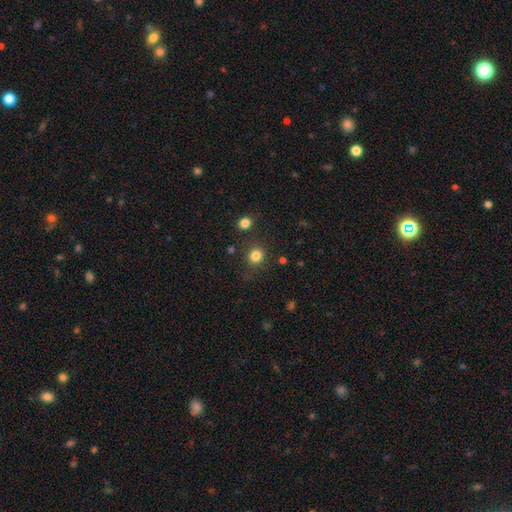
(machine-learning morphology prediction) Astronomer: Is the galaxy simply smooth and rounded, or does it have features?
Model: smooth — 83%.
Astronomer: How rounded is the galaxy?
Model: round — 83%.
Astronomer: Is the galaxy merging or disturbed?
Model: none — 82%.